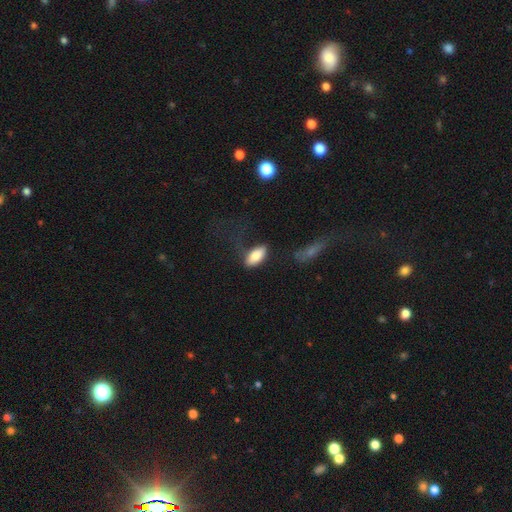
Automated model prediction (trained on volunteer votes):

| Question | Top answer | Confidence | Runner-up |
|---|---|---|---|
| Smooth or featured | smooth | 82% | featured or disk (12%) |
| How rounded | in between | 90% | cigar-shaped (8%) |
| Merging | none | 55% | minor disturbance (25%) |